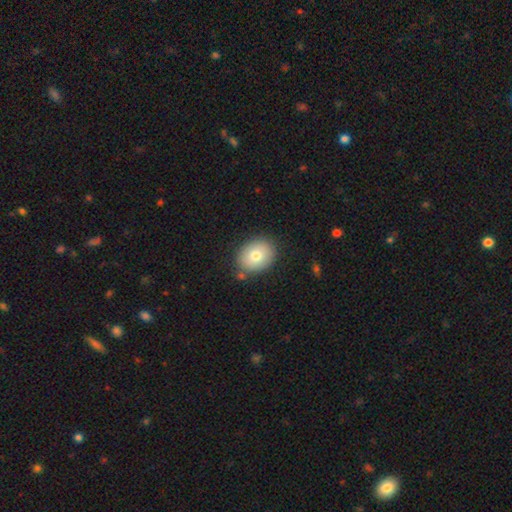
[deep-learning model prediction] Smooth or featured?
  - smooth: 78% *
  - featured or disk: 14%
  - star or artifact: 8%
How rounded?
  - in between: 54% *
  - round: 46%
  - cigar-shaped: 1%
Merging?
  - none: 82% *
  - minor disturbance: 11%
  - merger: 4%
  - major disturbance: 3%